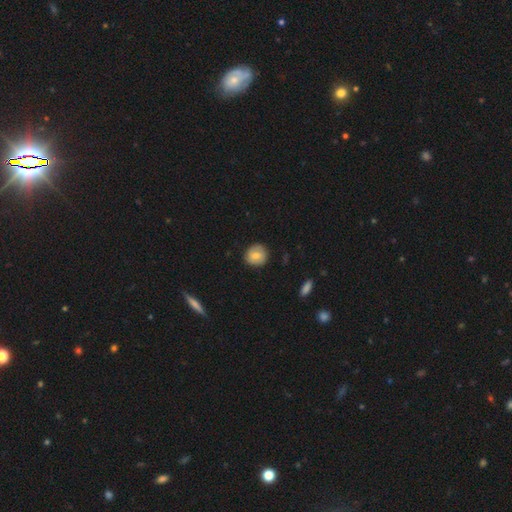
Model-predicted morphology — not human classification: smooth_or_featured: smooth (p=0.74) [alt: featured or disk p=0.18]
how_rounded: round (p=0.87) [alt: in between p=0.12]
merging: none (p=0.85) [alt: minor disturbance p=0.11]